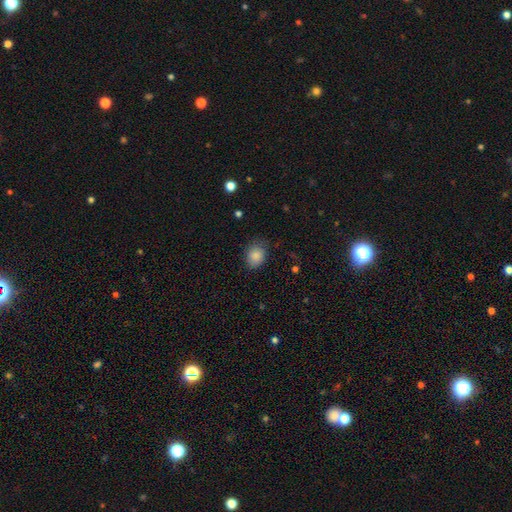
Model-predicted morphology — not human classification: The model was most divided on "how rounded": in between: 54%, round: 45%, cigar-shaped: 1%. More confident: smooth or featured — smooth (86%); merging — none (73%).